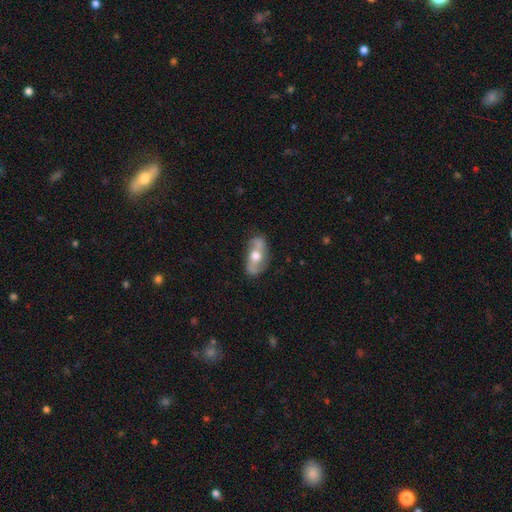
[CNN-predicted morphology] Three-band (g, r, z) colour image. It shows a featured or disk galaxy (59%). Merging: none (70%).